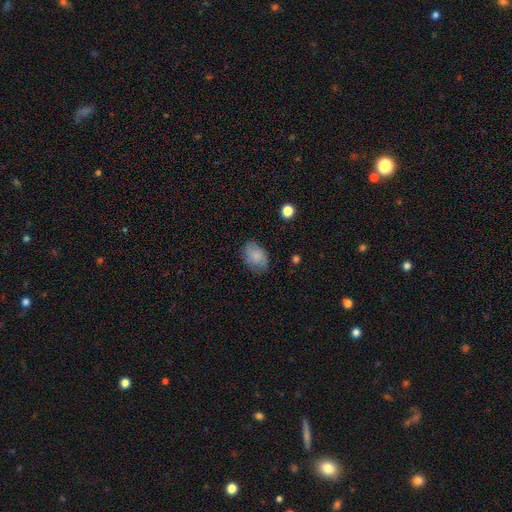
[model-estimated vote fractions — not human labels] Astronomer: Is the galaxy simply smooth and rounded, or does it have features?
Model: smooth — 79%.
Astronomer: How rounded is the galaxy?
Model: in between — 82%.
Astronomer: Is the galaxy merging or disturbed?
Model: none — 75%.